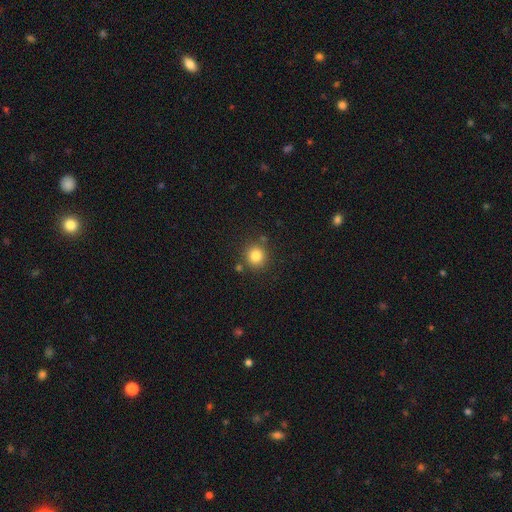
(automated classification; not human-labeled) Smooth or featured? Predicted: smooth (p=0.82). How rounded? Predicted: round (p=0.91). Merging? Predicted: none (p=0.84).